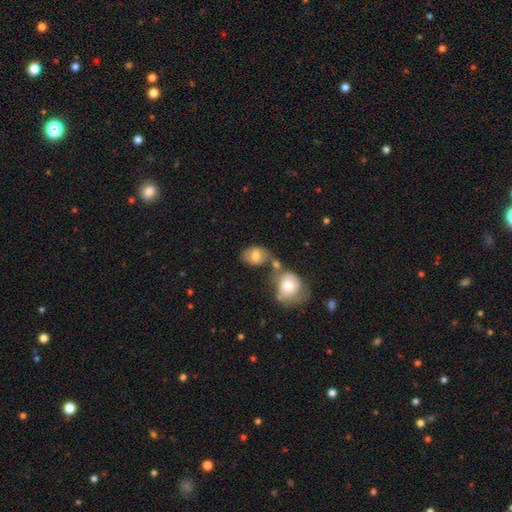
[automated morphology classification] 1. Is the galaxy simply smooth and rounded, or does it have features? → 70% smooth, 22% featured or disk, 8% star or artifact.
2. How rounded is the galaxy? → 67% in between, 32% round, 1% cigar-shaped.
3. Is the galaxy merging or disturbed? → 42% none, 33% merger, 17% minor disturbance, 8% major disturbance.